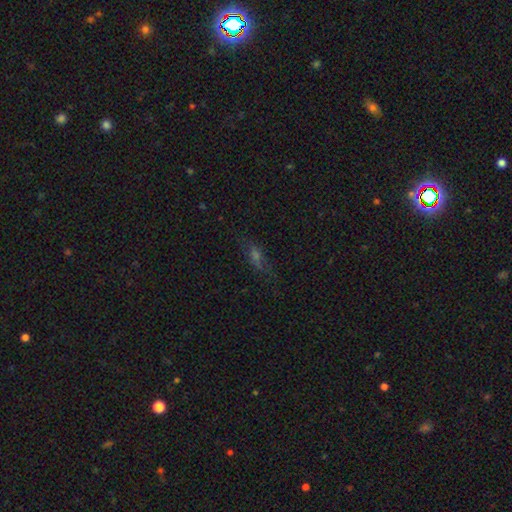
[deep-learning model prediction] A smooth galaxy with no disk features (37%).

Vote fractions:
- Smooth or featured? smooth: 37% / featured or disk: 34% / star or artifact: 29%
- Merging? none: 69% / minor disturbance: 18% / major disturbance: 11% / merger: 2%